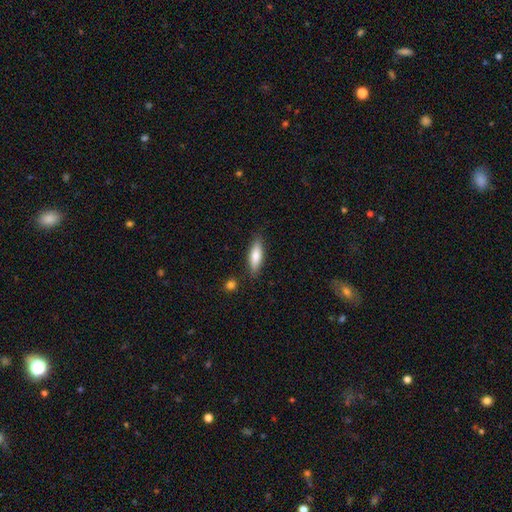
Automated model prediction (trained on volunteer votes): This is likely a smooth galaxy (76%). How rounded: possibly in between (54%). Merging: clearly none (83%).